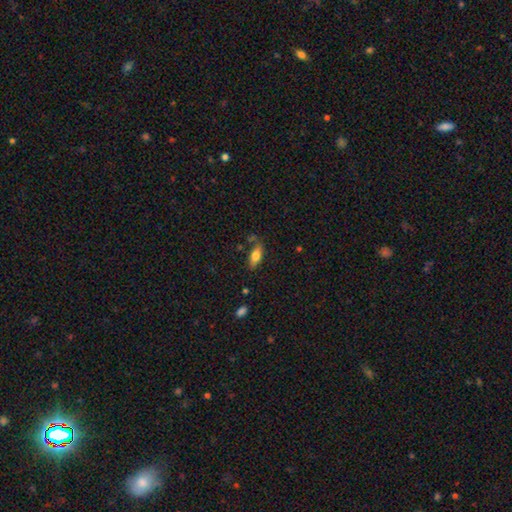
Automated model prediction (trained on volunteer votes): A smooth galaxy with no disk features (74%) that is in between round and cigar-shaped (78%). Merging: none (68%).